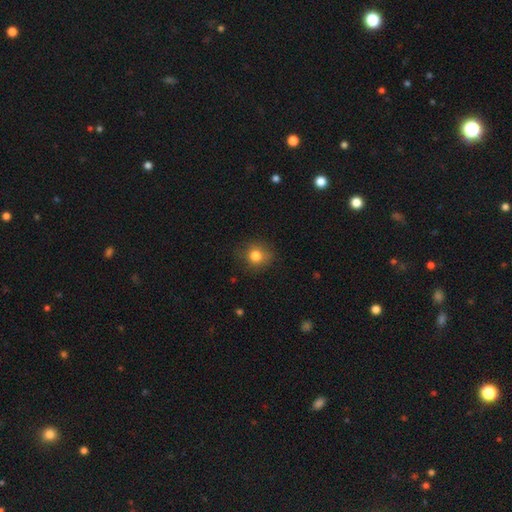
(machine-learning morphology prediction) Smooth or featured: smooth — 80% (star or artifact — 11%)
How rounded: round — 84% (in between — 15%)
Merging: none — 81% (minor disturbance — 14%)